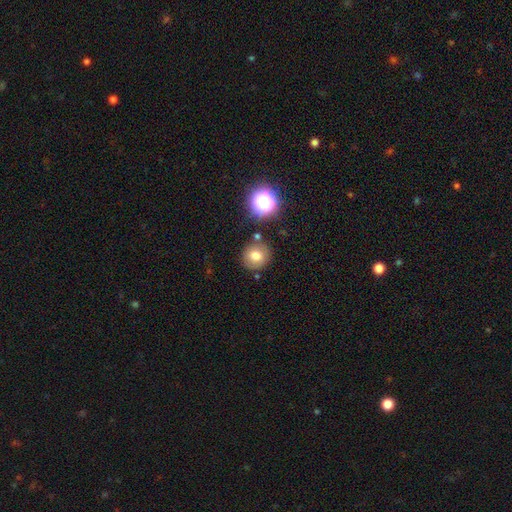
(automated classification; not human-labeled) Q: Smooth or featured?
A: smooth (74%); runner-up: star or artifact (14%)
Q: How rounded?
A: round (89%); runner-up: in between (10%)
Q: Merging?
A: none (81%); runner-up: minor disturbance (9%)